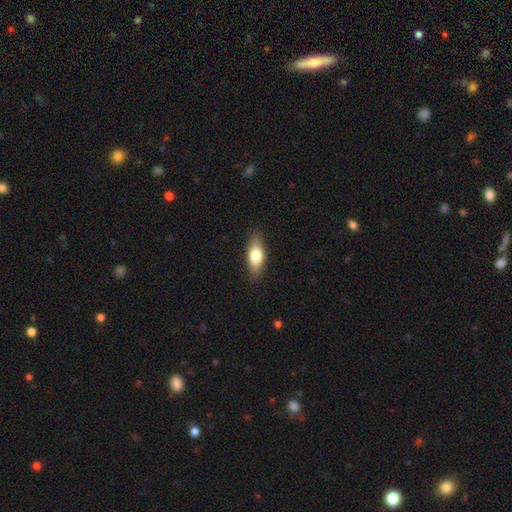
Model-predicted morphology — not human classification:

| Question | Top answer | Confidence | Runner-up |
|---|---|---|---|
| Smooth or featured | smooth | 72% | featured or disk (21%) |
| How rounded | in between | 73% | cigar-shaped (24%) |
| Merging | none | 87% | minor disturbance (10%) |